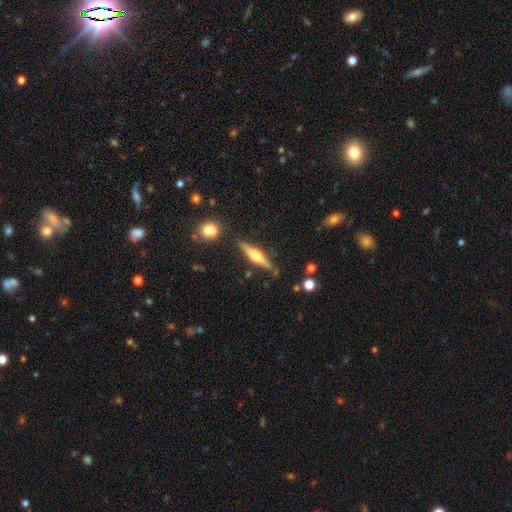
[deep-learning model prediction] Smooth or featured? Predicted: featured or disk (p=0.60). Edge-on disk? Predicted: yes (p=0.95). Edge-on bulge? Predicted: rounded (p=0.90). Merging? Predicted: none (p=0.80).